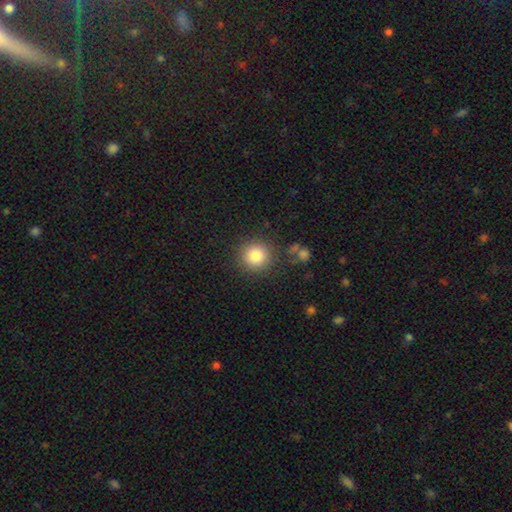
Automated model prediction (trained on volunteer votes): The model was most divided on "smooth or featured": smooth: 83%, star or artifact: 11%, featured or disk: 6%. More confident: how rounded — round (93%); merging — none (85%).